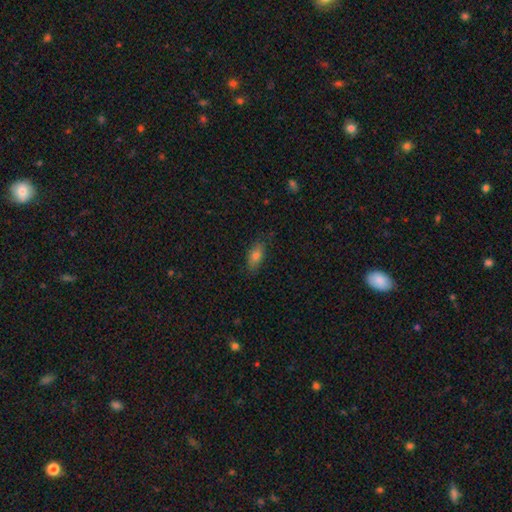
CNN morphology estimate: A smooth galaxy with no disk features (75%) that is in between round and cigar-shaped (82%).

Vote fractions:
- Smooth or featured? smooth: 75% / featured or disk: 15% / star or artifact: 11%
- How rounded? in between: 82% / cigar-shaped: 13% / round: 5%
- Merging? none: 81% / minor disturbance: 15% / major disturbance: 3% / merger: 1%